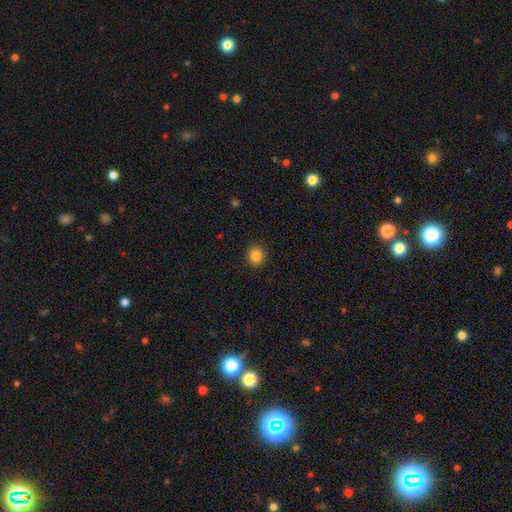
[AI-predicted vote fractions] A smooth galaxy with no disk features (85%) that is round (80%). Merging: none (90%).